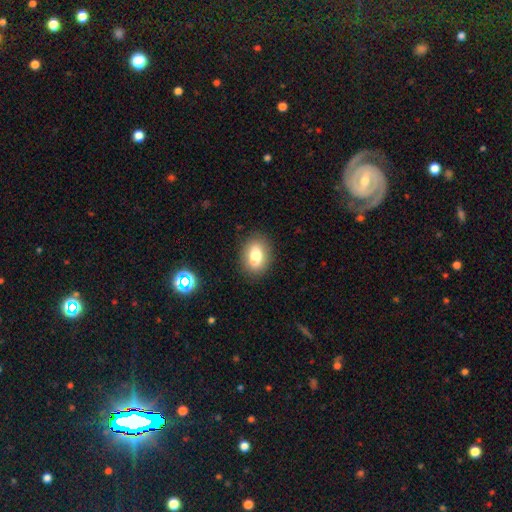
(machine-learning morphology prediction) A smooth galaxy with no disk features (77%) that is in between round and cigar-shaped (79%). Merging: none (84%).